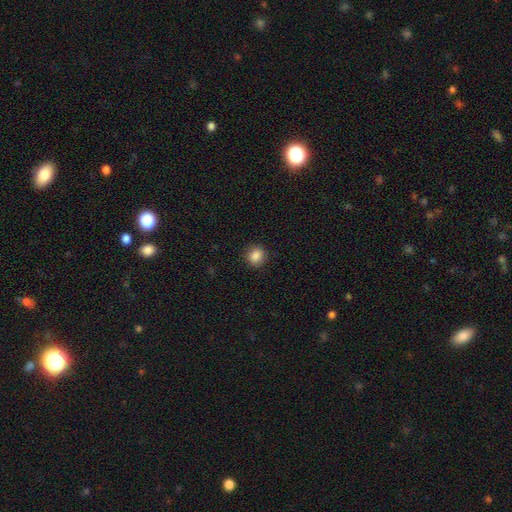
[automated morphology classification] type=smooth (87%); roundness=round (81%); merging=none (89%).